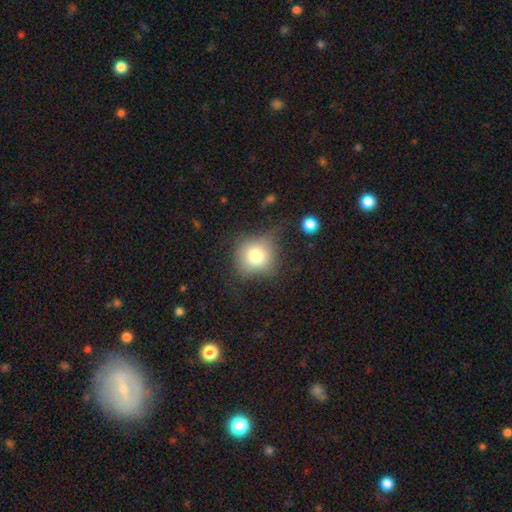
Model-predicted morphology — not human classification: The model was most divided on "merging": none: 60%, minor disturbance: 24%, major disturbance: 13%, merger: 3%. More confident: how rounded — round (87%); smooth or featured — smooth (73%).